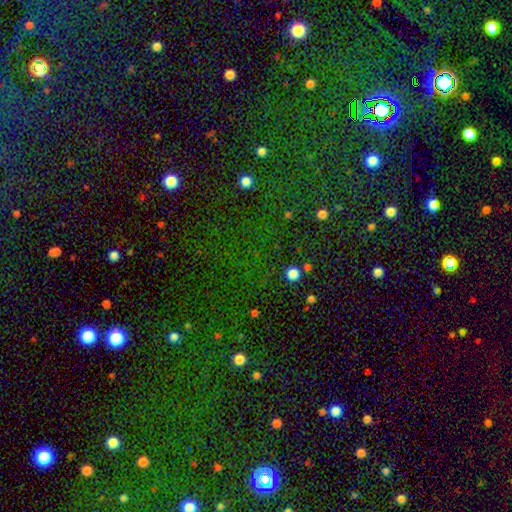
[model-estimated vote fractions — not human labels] A star or artifact, not a galaxy (77%).

Vote fractions:
- Smooth or featured? star or artifact: 77% / smooth: 16% / featured or disk: 8%